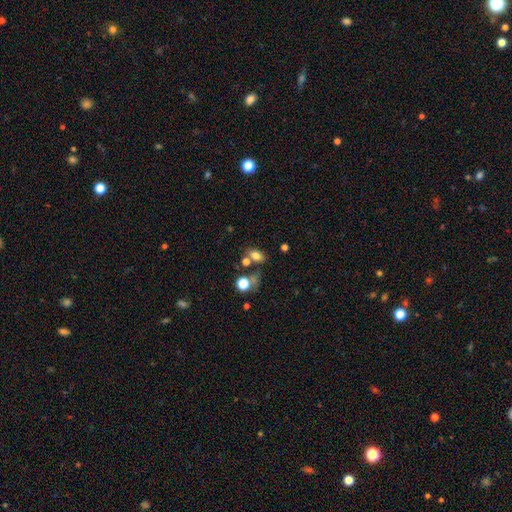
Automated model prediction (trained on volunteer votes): A smooth galaxy with no disk features (75%) that is in between round and cigar-shaped (81%).

Vote fractions:
- Smooth or featured? smooth: 75% / star or artifact: 14% / featured or disk: 11%
- How rounded? in between: 81% / round: 16% / cigar-shaped: 3%
- Merging? none: 58% / merger: 20% / minor disturbance: 15% / major disturbance: 8%